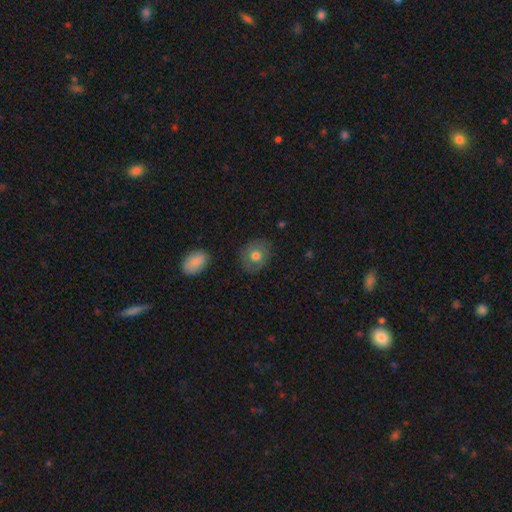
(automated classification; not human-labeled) This appears to be a smooth galaxy with no disk features (66%) that is round (64%). Merging: none (83%).